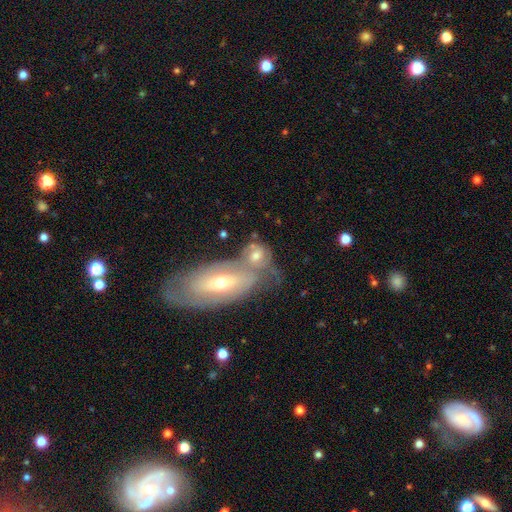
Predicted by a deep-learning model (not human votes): Smooth or featured? Predicted: smooth (p=0.47). Merging? Predicted: merger (p=0.54).